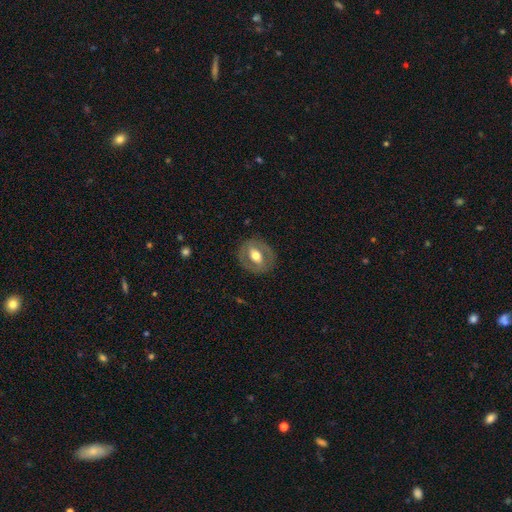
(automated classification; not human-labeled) Smooth or featured: featured or disk — 57% (smooth — 37%)
Edge-on disk: no — 92% (yes — 8%)
Bar: no — 36% (weak — 33%)
Spiral arms: no — 73% (yes — 27%)
Bulge size: moderate — 72% (large — 18%)
Merging: none — 82% (minor disturbance — 11%)